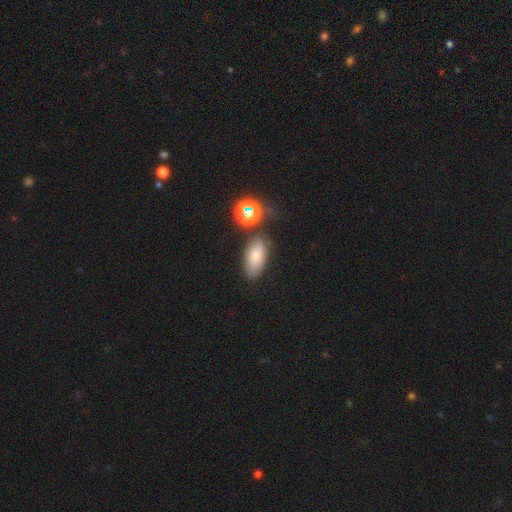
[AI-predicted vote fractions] A smooth galaxy with no disk features (75%) that is in between round and cigar-shaped (89%). Merging: none (71%).